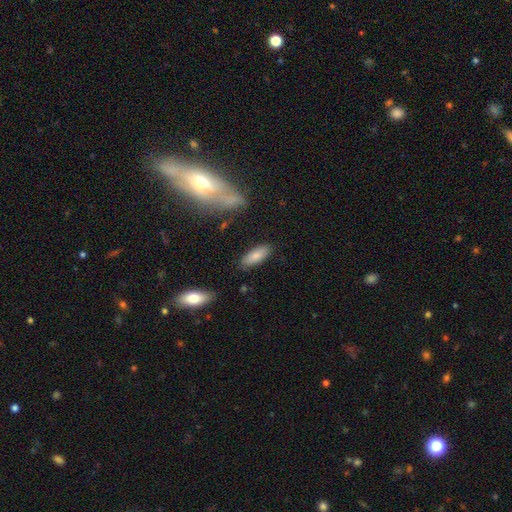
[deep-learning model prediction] Smooth or featured? smooth (82%)
How rounded? in between (76%)
Merging? none (84%)